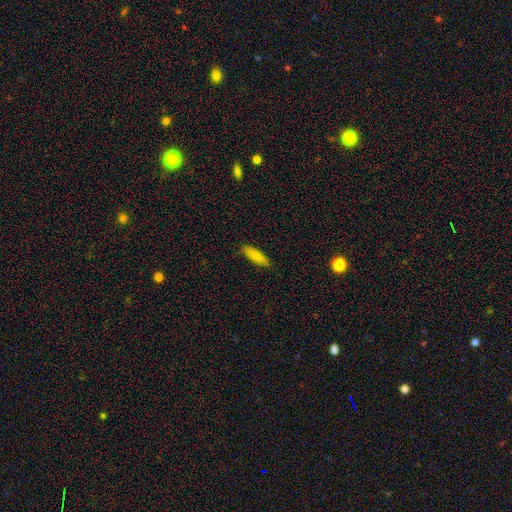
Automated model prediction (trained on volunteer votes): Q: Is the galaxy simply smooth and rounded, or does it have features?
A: smooth — 85%.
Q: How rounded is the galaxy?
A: in between — 50%.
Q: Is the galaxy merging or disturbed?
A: none — 84%.